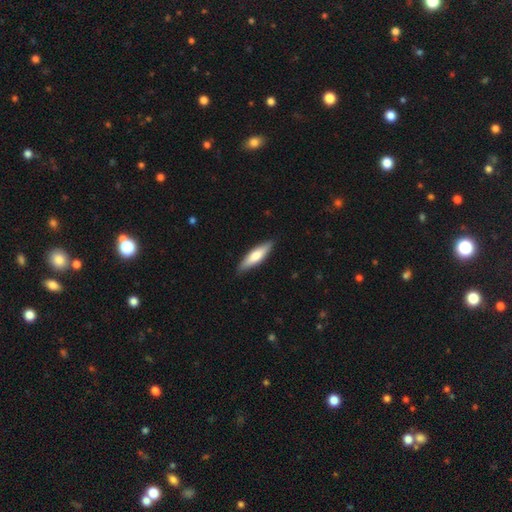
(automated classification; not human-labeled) Smooth or featured?
  - smooth: 65% *
  - featured or disk: 30%
  - star or artifact: 5%
How rounded?
  - cigar-shaped: 68% *
  - in between: 30%
  - round: 2%
Merging?
  - none: 88% *
  - minor disturbance: 10%
  - major disturbance: 2%
  - merger: 1%